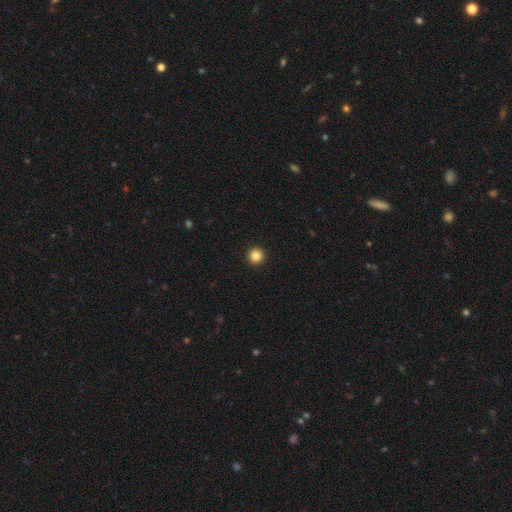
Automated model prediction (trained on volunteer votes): Overall: smooth (85%). How rounded: round (97%). Merging: none (94%).